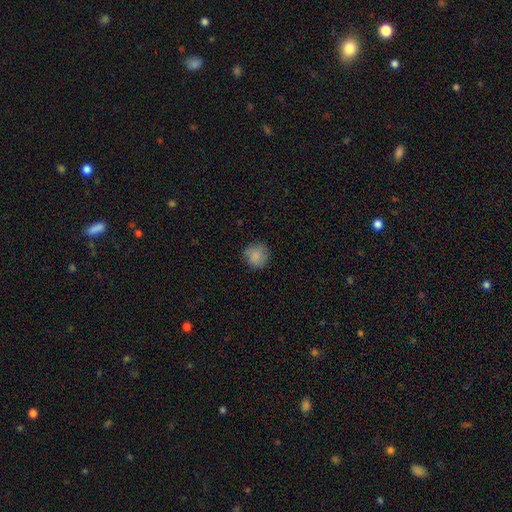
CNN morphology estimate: Overall: smooth (84%). How rounded: round (91%). Merging: none (82%).